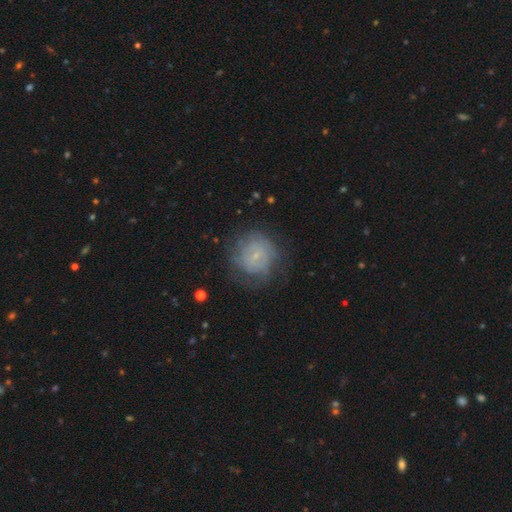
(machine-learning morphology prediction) Smooth or featured? featured or disk (51%)
Edge-on disk? no (97%)
Merging? none (67%)